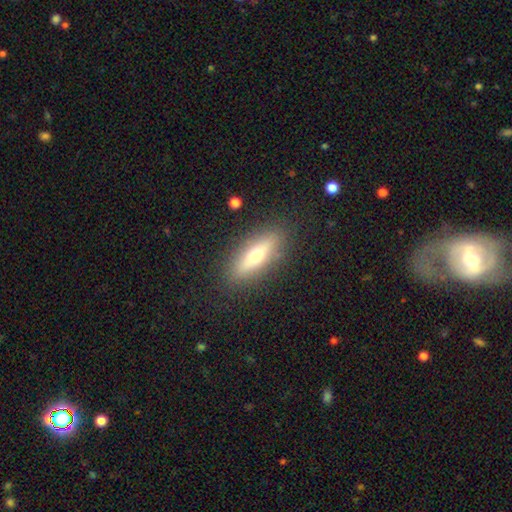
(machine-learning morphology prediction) Smooth or featured? smooth (50%)
How rounded? cigar-shaped (57%)
Merging? none (87%)